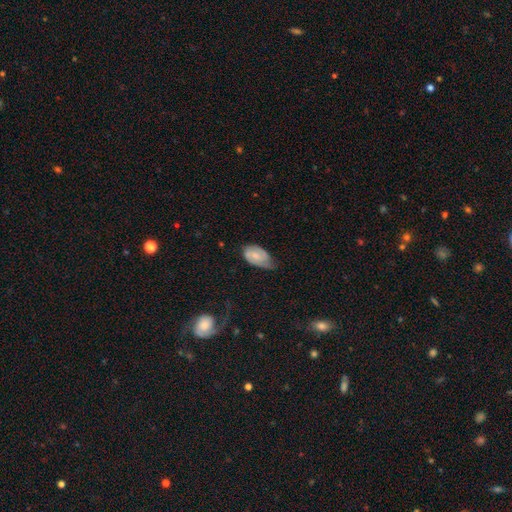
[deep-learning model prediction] This appears to be a featured or disk galaxy (47%). Merging: none (43%).